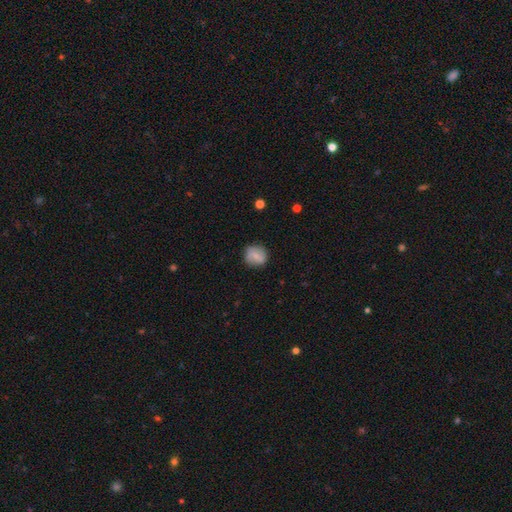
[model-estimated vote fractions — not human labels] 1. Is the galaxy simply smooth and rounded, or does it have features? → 68% smooth, 24% featured or disk, 8% star or artifact.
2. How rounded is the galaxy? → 79% round, 20% in between, 1% cigar-shaped.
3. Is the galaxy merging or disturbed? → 77% none, 17% minor disturbance, 4% major disturbance, 2% merger.